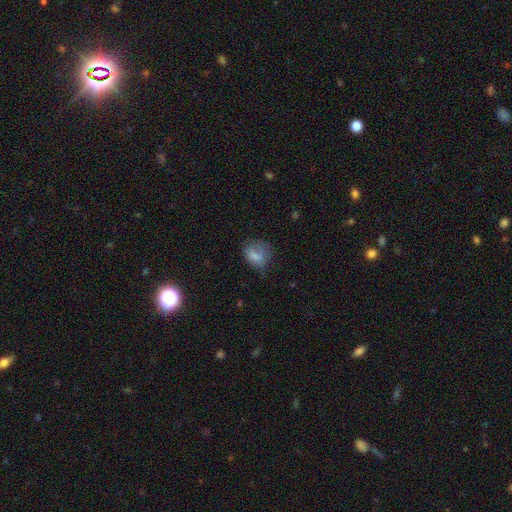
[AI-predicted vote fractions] A smooth galaxy with no disk features (71%) that is in between round and cigar-shaped (61%). Merging: none (43%).